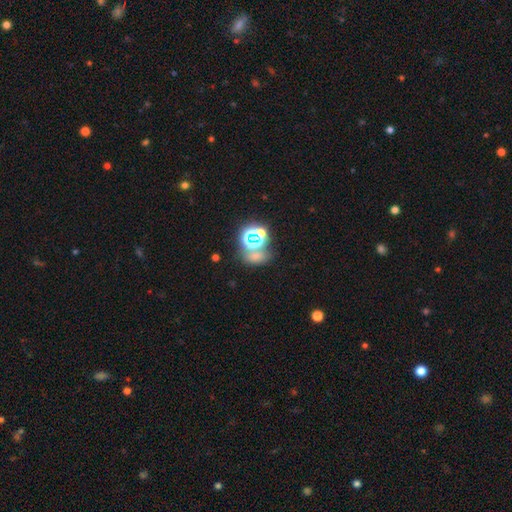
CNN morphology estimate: star or artifact 45%, smooth 44%, featured or disk 11%.